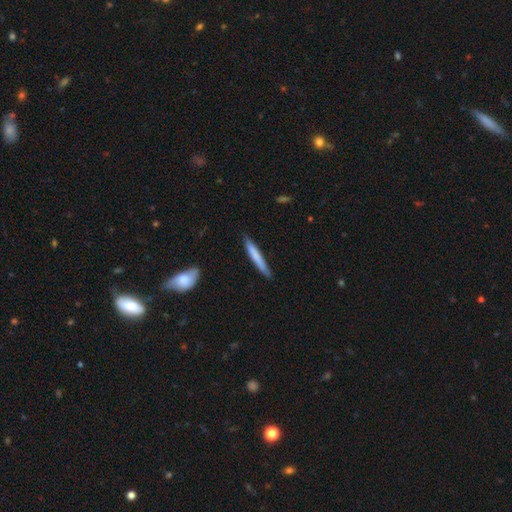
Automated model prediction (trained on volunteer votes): A smooth galaxy with no disk features (71%) that is cigar-shaped (95%).

Vote fractions:
- Smooth or featured? smooth: 71% / featured or disk: 24% / star or artifact: 5%
- How rounded? cigar-shaped: 95% / in between: 4% / round: 1%
- Merging? none: 85% / minor disturbance: 12% / major disturbance: 2% / merger: 2%